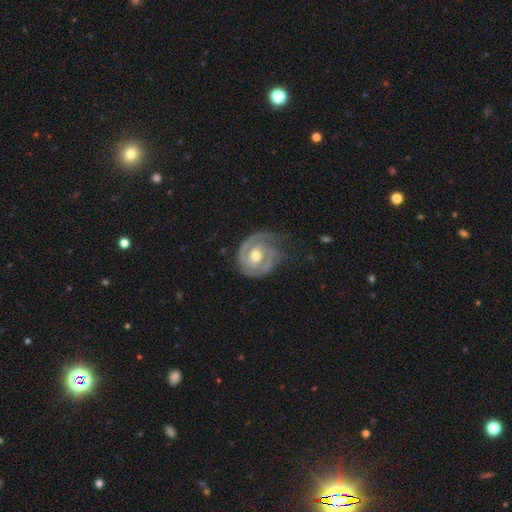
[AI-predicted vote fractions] featured or disk 86%, smooth 10%, star or artifact 4%. Down the decision tree: edge-on disk — no (98%); bar — no (64%); spiral arms — yes (95%); spiral arm count — 2 (49%); spiral winding — tight (66%); bulge size — moderate (66%); merging — none (60%).